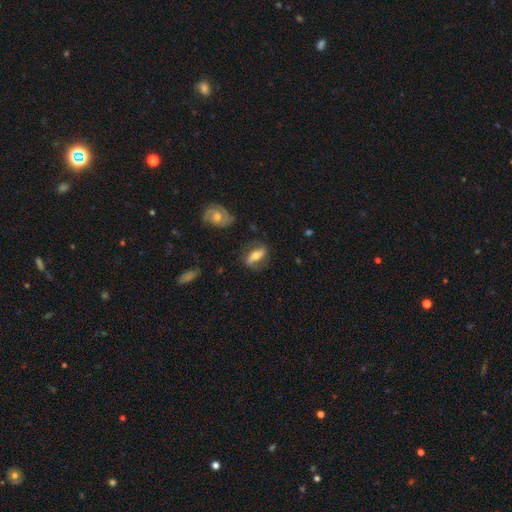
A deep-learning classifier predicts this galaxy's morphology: Smooth or featured? featured or disk (58%)
Edge-on disk? no (81%)
Merging? none (73%)